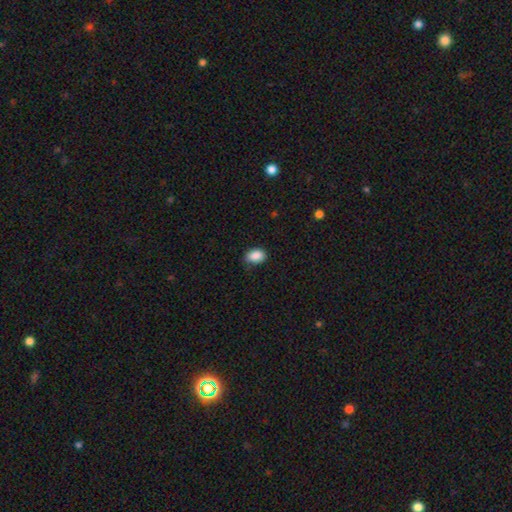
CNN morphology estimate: Smooth or featured: smooth — 88% (star or artifact — 8%)
How rounded: in between — 79% (round — 20%)
Merging: none — 75% (minor disturbance — 21%)